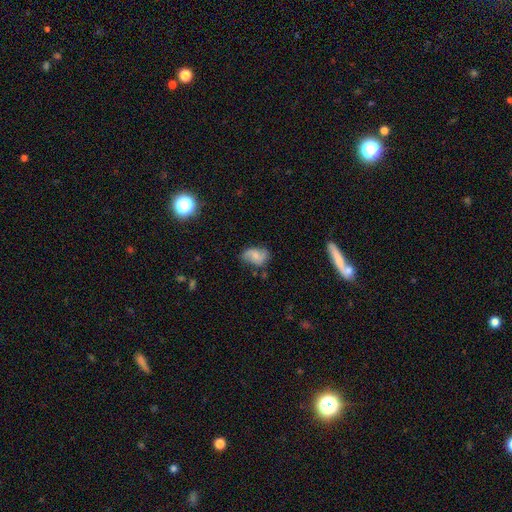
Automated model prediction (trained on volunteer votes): Morphology: type=featured or disk (53%); edge-on=no (97%); bar=no (54%); spiral arms=yes (89%); bulge=small (48%); merging=none (64%).